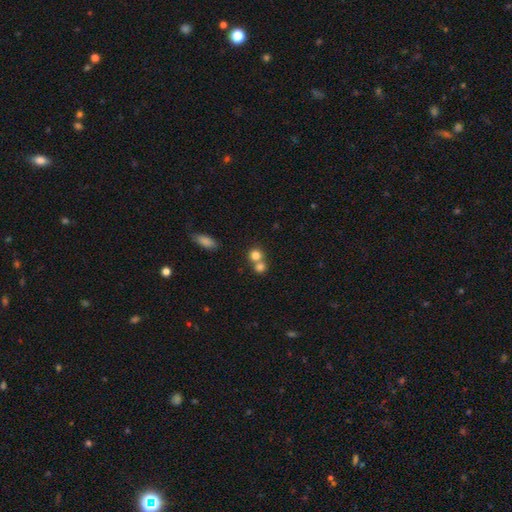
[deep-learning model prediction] Smooth or featured? smooth (79%)
How rounded? round (83%)
Merging? merger (50%)